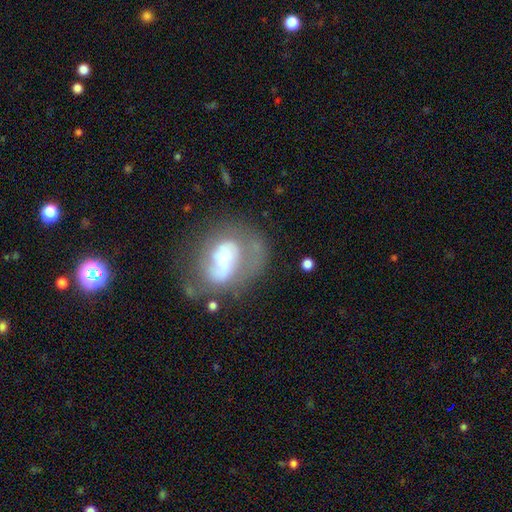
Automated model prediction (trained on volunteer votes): Smooth or featured? featured or disk (58%)
Edge-on disk? no (96%)
Bar? no (50%)
Spiral arms? yes (60%)
Bulge size? large (30%)
Merging? none (47%)